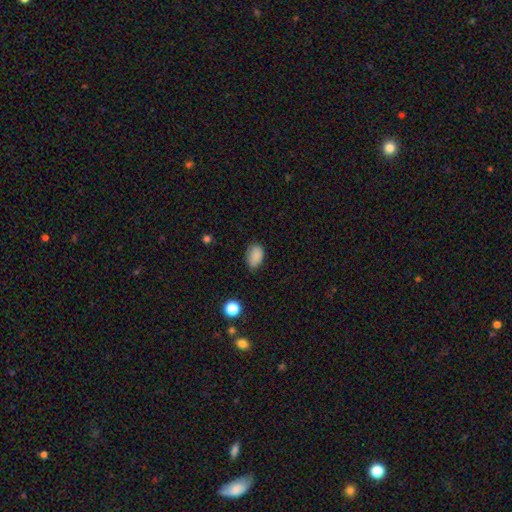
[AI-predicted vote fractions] smooth-or-featured: smooth: 86% | star or artifact: 10% | featured or disk: 4%
  how-rounded: in between: 87% | round: 12% | cigar-shaped: 1%
  merging: none: 72% | minor disturbance: 22% | major disturbance: 4% | merger: 1%